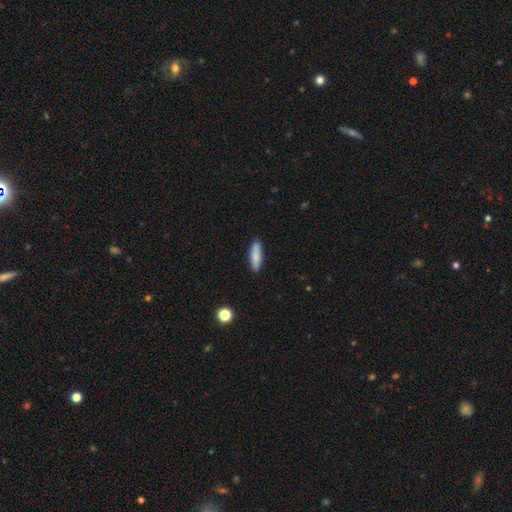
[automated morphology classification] type=smooth (82%); roundness=cigar-shaped (62%); merging=none (89%).